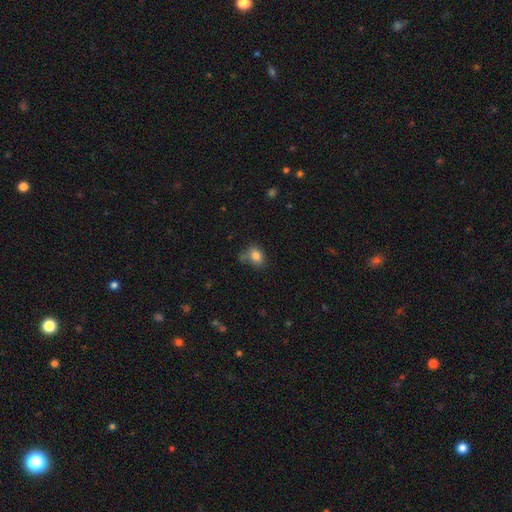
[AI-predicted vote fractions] smooth 81%, star or artifact 10%, featured or disk 8%. Down the decision tree: how rounded — in between (62%); merging — none (54%).